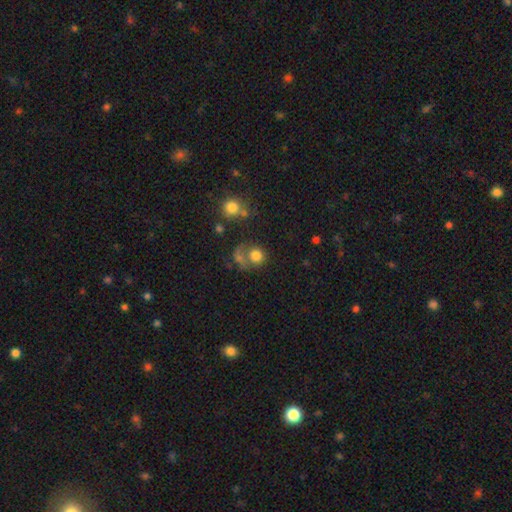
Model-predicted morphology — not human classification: Smooth or featured?
  - smooth: 75% *
  - star or artifact: 12%
  - featured or disk: 12%
How rounded?
  - round: 82% *
  - in between: 17%
  - cigar-shaped: 1%
Merging?
  - none: 47% *
  - merger: 26%
  - major disturbance: 14%
  - minor disturbance: 13%